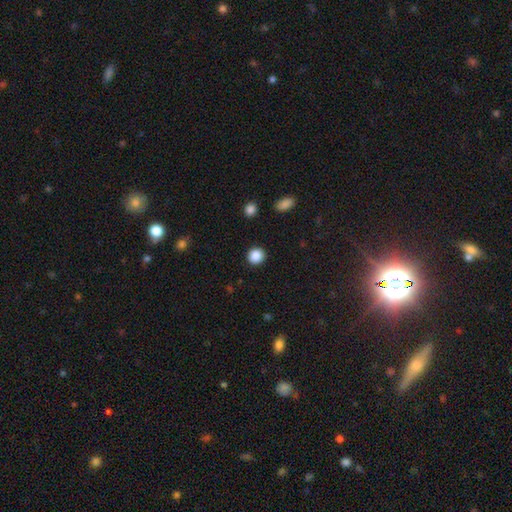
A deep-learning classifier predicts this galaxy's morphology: Smooth or featured? smooth (88%)
How rounded? round (90%)
Merging? none (91%)